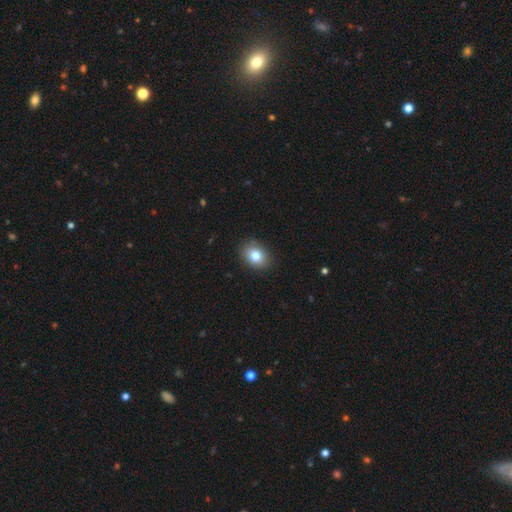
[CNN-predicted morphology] smooth-or-featured: smooth: 80% | featured or disk: 10% | star or artifact: 10%
  how-rounded: in between: 59% | round: 40% | cigar-shaped: 1%
  merging: none: 88% | minor disturbance: 9% | major disturbance: 2% | merger: 1%